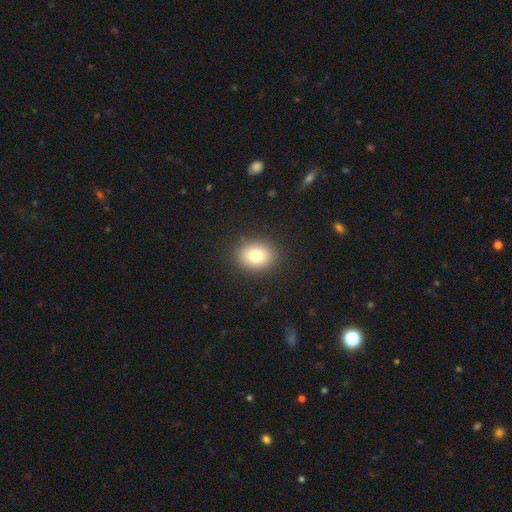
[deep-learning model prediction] A smooth galaxy with no disk features (79%) that is round (53%).

Vote fractions:
- Smooth or featured? smooth: 79% / star or artifact: 11% / featured or disk: 10%
- How rounded? round: 53% / in between: 47% / cigar-shaped: 1%
- Merging? none: 89% / minor disturbance: 7% / major disturbance: 3% / merger: 1%